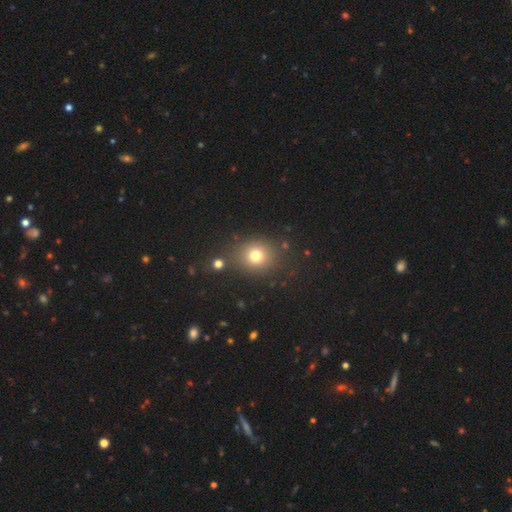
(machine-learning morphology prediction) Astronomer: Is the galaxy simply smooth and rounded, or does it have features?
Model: smooth — 76%.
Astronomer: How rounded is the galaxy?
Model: round — 72%.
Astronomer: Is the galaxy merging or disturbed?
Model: none — 77%.